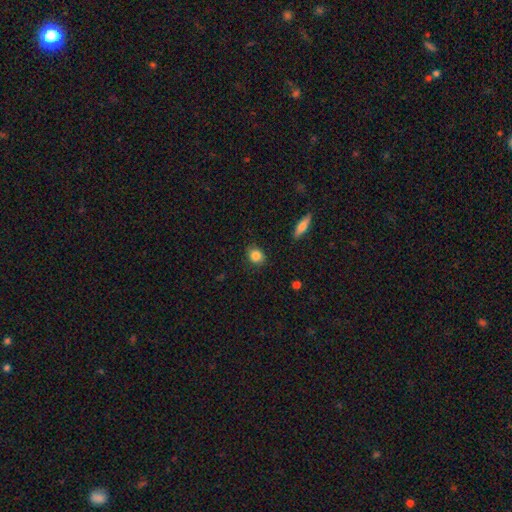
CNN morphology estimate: type=smooth (85%); roundness=round (65%); merging=none (85%).